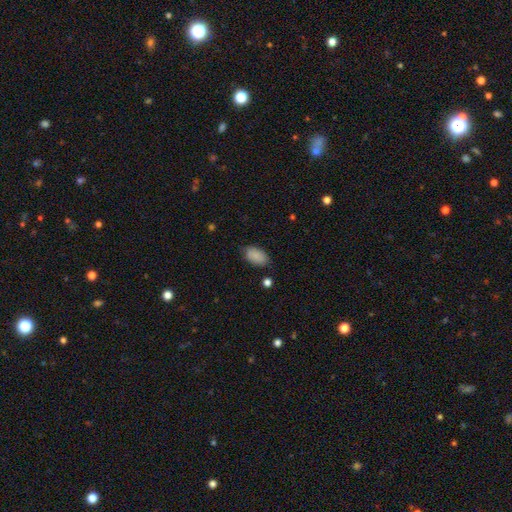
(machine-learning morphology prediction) Smooth or featured?
  - smooth: 87% *
  - star or artifact: 7%
  - featured or disk: 6%
How rounded?
  - in between: 93% *
  - round: 5%
  - cigar-shaped: 2%
Merging?
  - none: 78% *
  - minor disturbance: 17%
  - major disturbance: 4%
  - merger: 2%